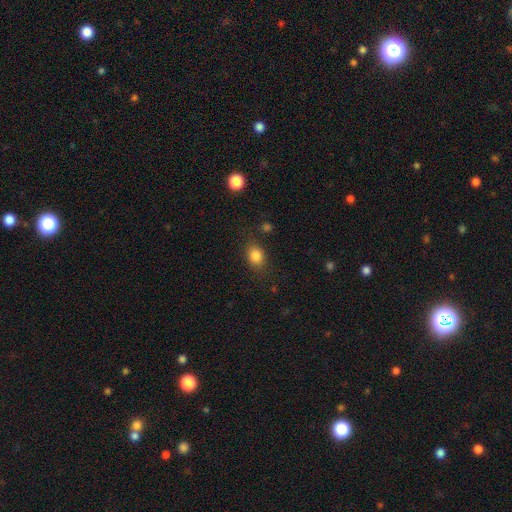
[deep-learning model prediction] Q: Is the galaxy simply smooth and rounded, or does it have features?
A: smooth — 83%.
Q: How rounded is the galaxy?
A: in between — 57%.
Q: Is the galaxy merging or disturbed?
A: none — 80%.